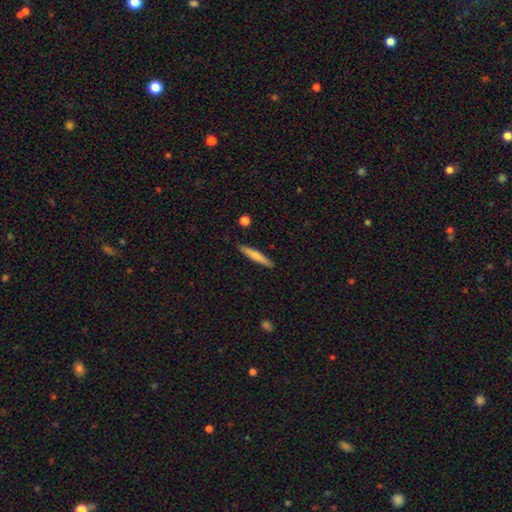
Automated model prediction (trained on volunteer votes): Smooth or featured: smooth — 60% (featured or disk — 34%)
How rounded: cigar-shaped — 93% (in between — 5%)
Merging: none — 90% (minor disturbance — 7%)